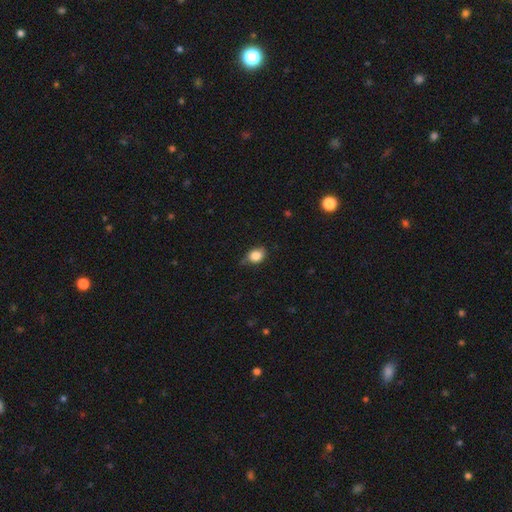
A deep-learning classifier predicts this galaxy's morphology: Smooth or featured? smooth (84%)
How rounded? in between (55%)
Merging? none (62%)